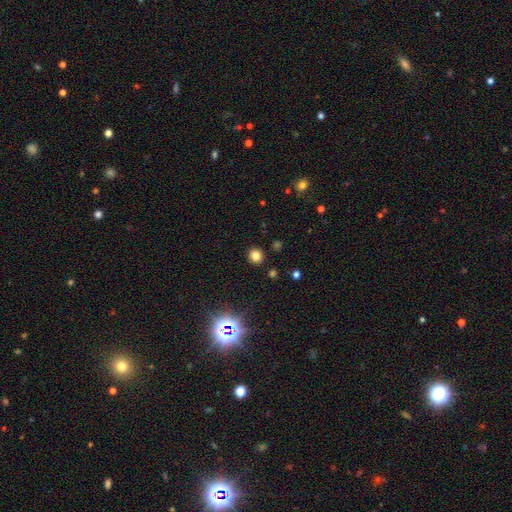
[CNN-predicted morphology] Overall: smooth (78%). How rounded: round (89%). Merging: none (91%).